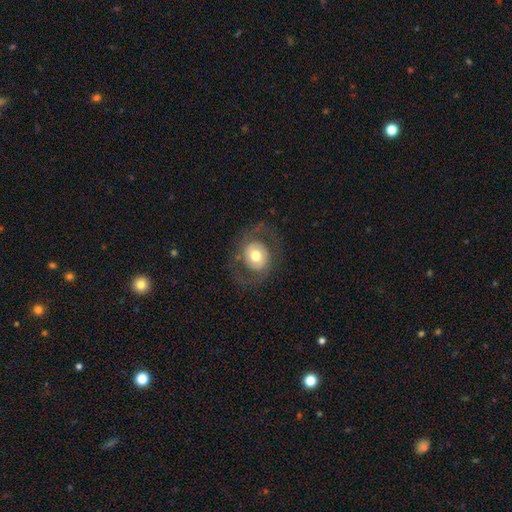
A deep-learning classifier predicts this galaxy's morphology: Smooth or featured?
  - featured or disk: 53% *
  - smooth: 40%
  - star or artifact: 7%
Edge-on disk?
  - no: 96% *
  - yes: 4%
Bar?
  - no: 73% *
  - weak: 20%
  - strong: 7%
Spiral arms?
  - yes: 55% *
  - no: 45%
Bulge size?
  - moderate: 67% *
  - large: 23%
  - small: 7%
  - dominant: 2%
  - none: 1%
Merging?
  - none: 72% *
  - major disturbance: 14%
  - minor disturbance: 13%
  - merger: 1%